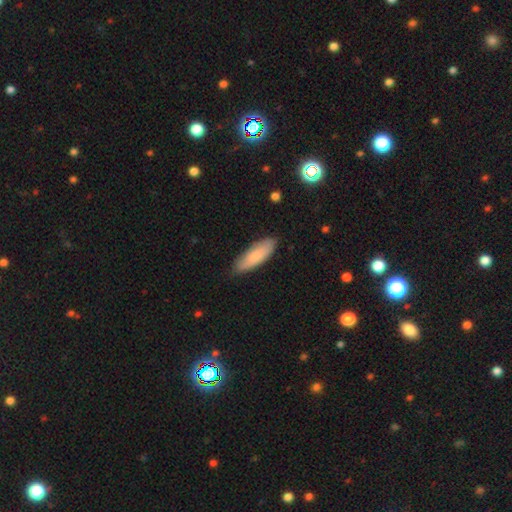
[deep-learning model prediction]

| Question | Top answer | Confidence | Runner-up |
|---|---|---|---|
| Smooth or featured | smooth | 81% | featured or disk (14%) |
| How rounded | in between | 56% | cigar-shaped (42%) |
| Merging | none | 82% | minor disturbance (15%) |